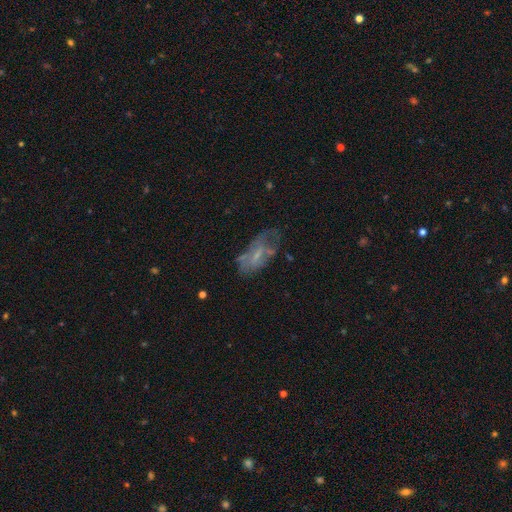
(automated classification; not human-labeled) Smooth or featured: featured or disk — 55% (smooth — 35%)
Edge-on disk: no — 93% (yes — 7%)
Bar: no — 55% (weak — 36%)
Spiral arms: no — 59% (yes — 41%)
Bulge size: small — 51% (none — 27%)
Merging: none — 39% (major disturbance — 28%)